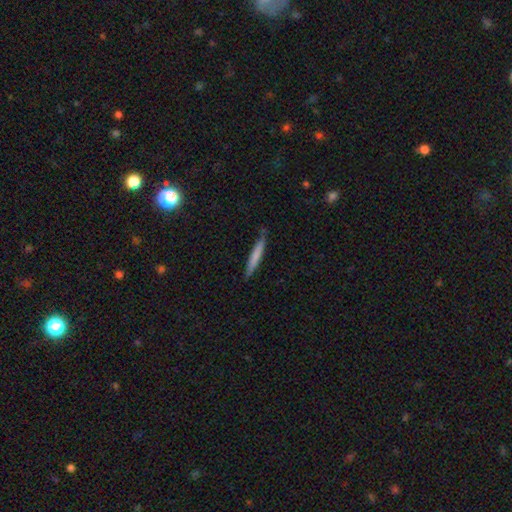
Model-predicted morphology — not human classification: smooth-or-featured: smooth: 71% | featured or disk: 23% | star or artifact: 6%
  how-rounded: cigar-shaped: 95% | in between: 4% | round: 1%
  merging: none: 83% | minor disturbance: 13% | major disturbance: 2% | merger: 2%